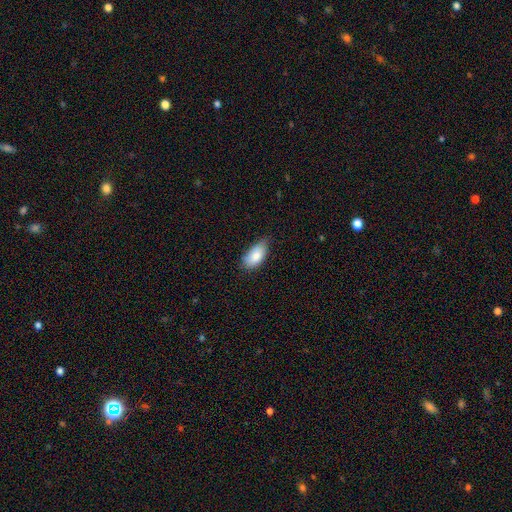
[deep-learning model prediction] smooth_or_featured: smooth (p=0.84) [alt: featured or disk p=0.09]
how_rounded: in between (p=0.93) [alt: cigar-shaped p=0.04]
merging: none (p=0.61) [alt: minor disturbance p=0.33]